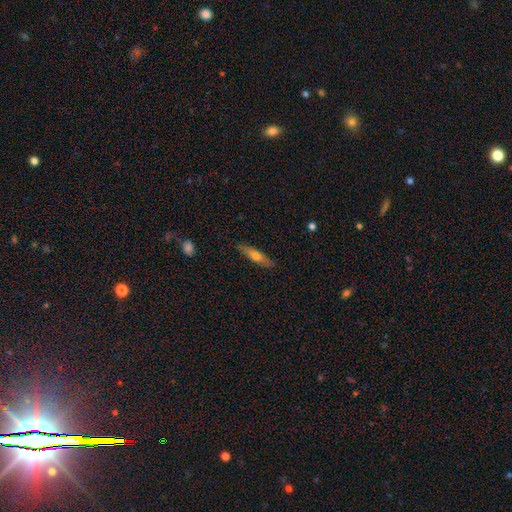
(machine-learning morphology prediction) A smooth galaxy with no disk features (55%) that is cigar-shaped (79%). Merging: none (87%).